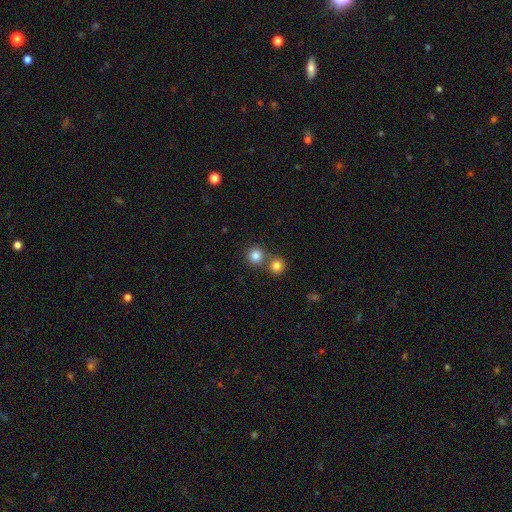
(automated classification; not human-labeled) Overall: smooth (83%). How rounded: round (92%). Merging: none (64%; merger 27%).